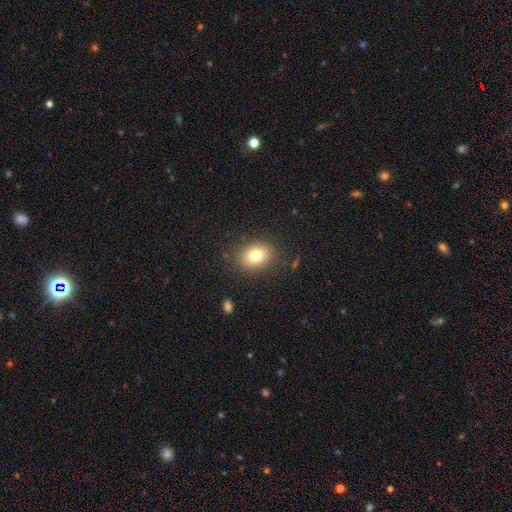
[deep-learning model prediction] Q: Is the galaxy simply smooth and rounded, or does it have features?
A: smooth — 78%.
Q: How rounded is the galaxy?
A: in between — 58%.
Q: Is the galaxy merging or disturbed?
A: none — 85%.